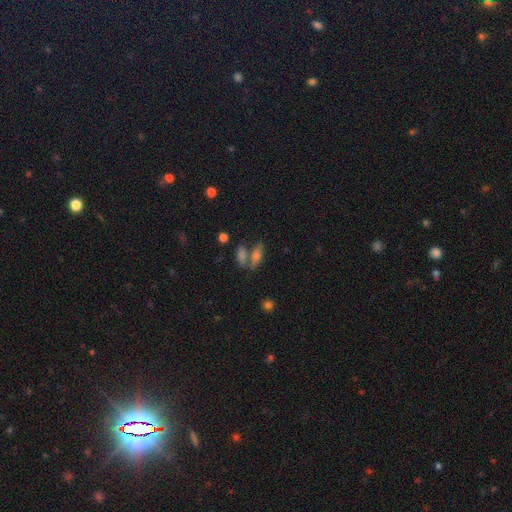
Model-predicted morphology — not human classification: Smooth or featured: smooth — 63% (featured or disk — 22%)
How rounded: in between — 62% (cigar-shaped — 31%)
Merging: none — 45% (merger — 38%)